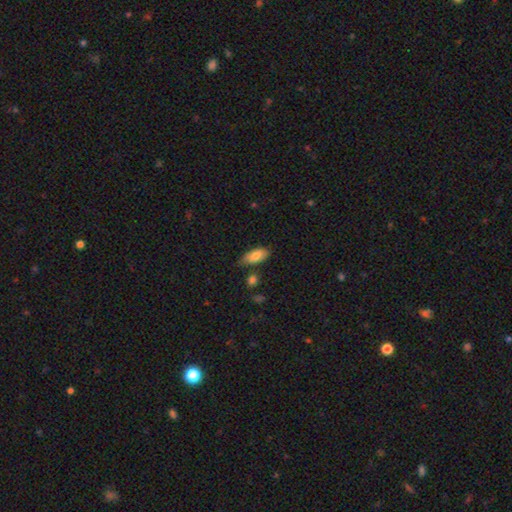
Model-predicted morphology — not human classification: The model was most divided on "merging": none: 70%, minor disturbance: 22%, merger: 4%, major disturbance: 4%. More confident: how rounded — in between (86%); smooth or featured — smooth (81%).